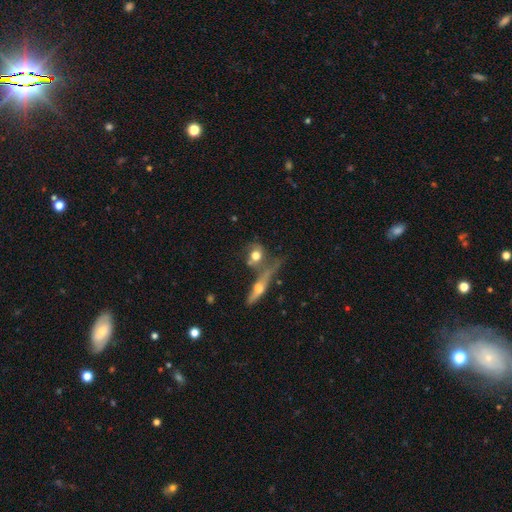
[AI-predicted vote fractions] smooth 57%, featured or disk 34%, star or artifact 9%. Down the decision tree: how rounded — round (58%); merging — merger (38%, tied with none).